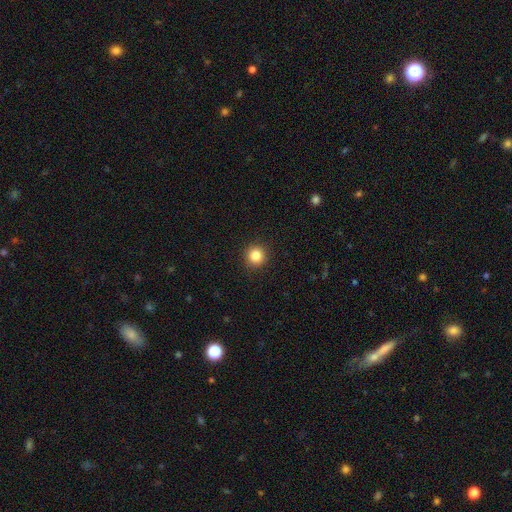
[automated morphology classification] This appears to be a smooth galaxy with no disk features (84%) that is round (94%). Merging: none (93%).